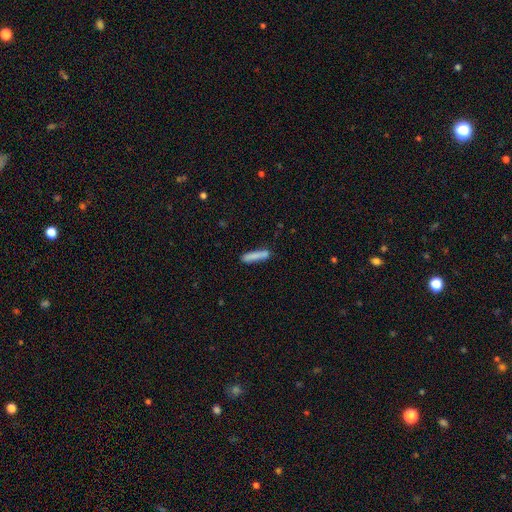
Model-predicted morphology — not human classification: smooth_or_featured: smooth (p=0.82) [alt: featured or disk p=0.11]
how_rounded: cigar-shaped (p=0.86) [alt: in between p=0.13]
merging: none (p=0.74) [alt: minor disturbance p=0.15]